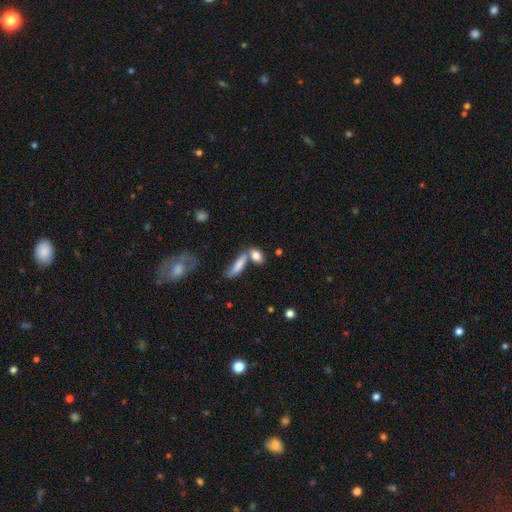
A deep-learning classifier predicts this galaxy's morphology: Q: Smooth or featured?
A: smooth (80%); runner-up: featured or disk (12%)
Q: How rounded?
A: in between (72%); runner-up: cigar-shaped (19%)
Q: Merging?
A: none (45%); runner-up: merger (39%)